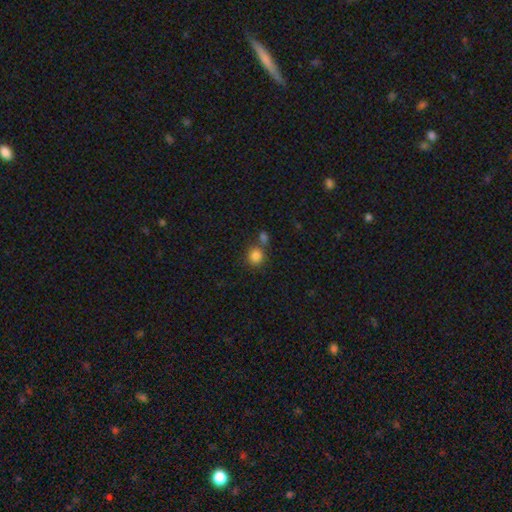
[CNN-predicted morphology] The model was most divided on "merging": none: 63%, merger: 25%, minor disturbance: 9%, major disturbance: 3%. More confident: how rounded — round (87%); smooth or featured — smooth (85%).